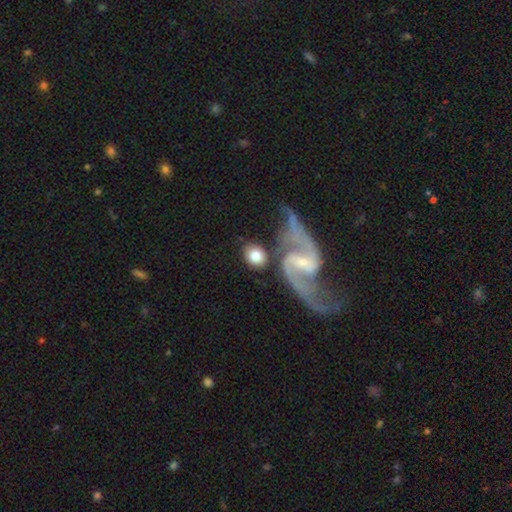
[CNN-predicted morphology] Q: Smooth or featured?
A: smooth (66%); runner-up: featured or disk (29%)
Q: How rounded?
A: round (65%); runner-up: in between (32%)
Q: Merging?
A: none (65%); runner-up: merger (16%)